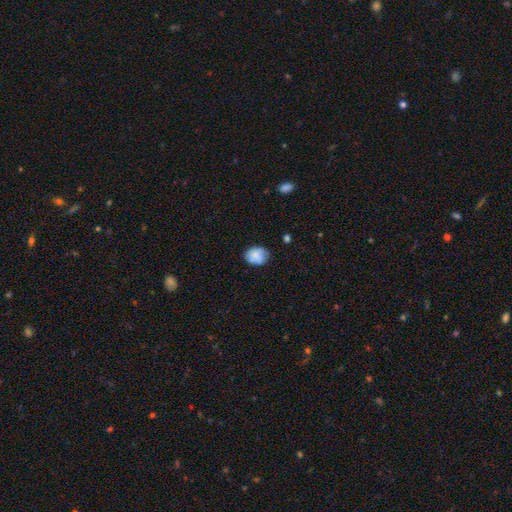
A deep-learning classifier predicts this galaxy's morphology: Q: Smooth or featured?
A: smooth (75%); runner-up: featured or disk (16%)
Q: How rounded?
A: in between (55%); runner-up: round (44%)
Q: Merging?
A: none (66%); runner-up: minor disturbance (24%)